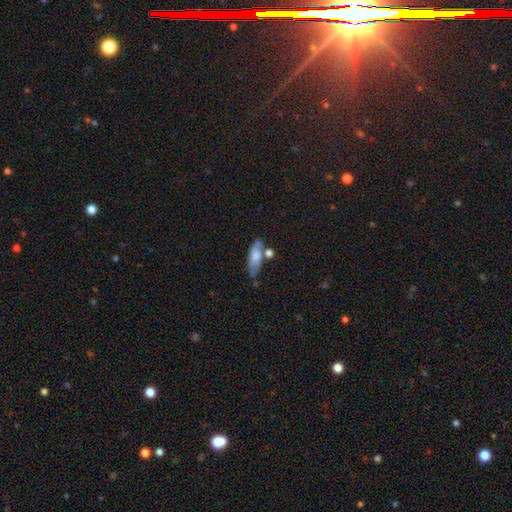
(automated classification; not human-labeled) Morphology: type=smooth (68%); roundness=in between (67%); merging=none (53%).